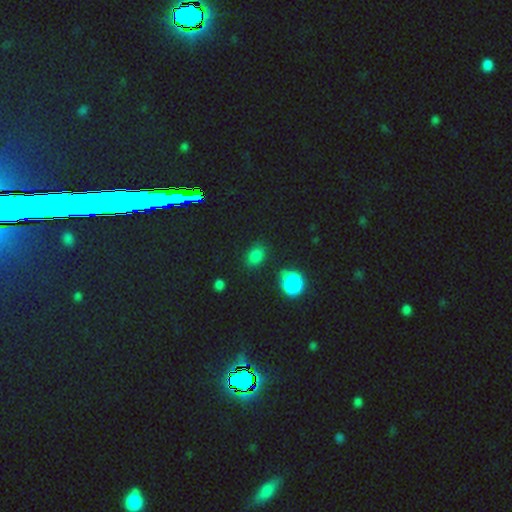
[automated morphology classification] Smooth or featured? smooth (74%)
How rounded? in between (62%)
Merging? none (80%)